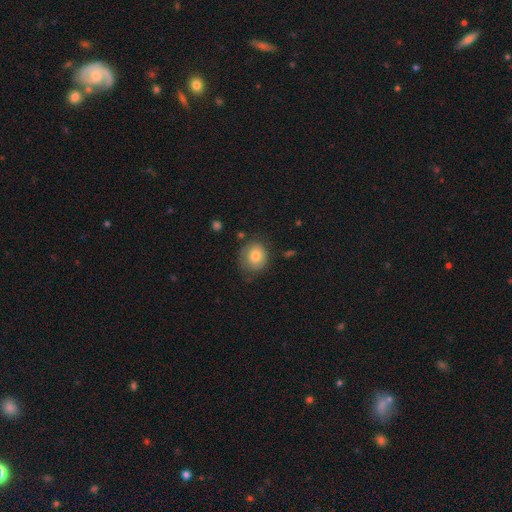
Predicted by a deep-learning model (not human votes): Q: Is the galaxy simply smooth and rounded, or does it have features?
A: smooth — 77%.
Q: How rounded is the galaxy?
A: round — 73%.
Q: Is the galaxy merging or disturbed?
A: none — 69%.